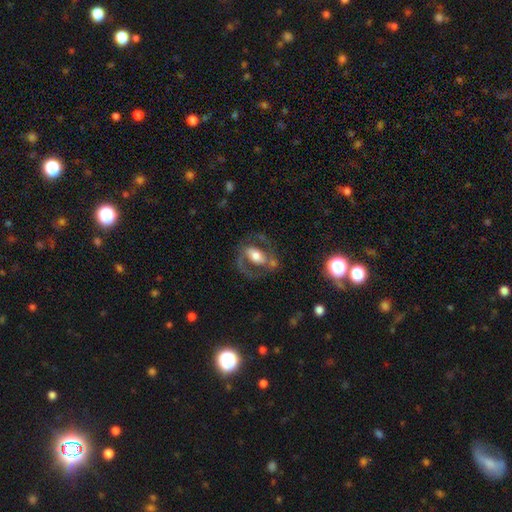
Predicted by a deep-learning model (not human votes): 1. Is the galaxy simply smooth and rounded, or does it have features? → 69% featured or disk, 25% smooth, 7% star or artifact.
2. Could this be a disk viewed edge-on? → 94% no, 6% yes.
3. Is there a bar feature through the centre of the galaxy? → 39% no, 32% weak, 30% strong.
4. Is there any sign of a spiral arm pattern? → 70% yes, 30% no.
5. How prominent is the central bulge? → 57% moderate, 26% large, 12% small, 3% dominant, 2% none.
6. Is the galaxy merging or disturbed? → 59% none, 18% minor disturbance, 18% major disturbance, 5% merger.